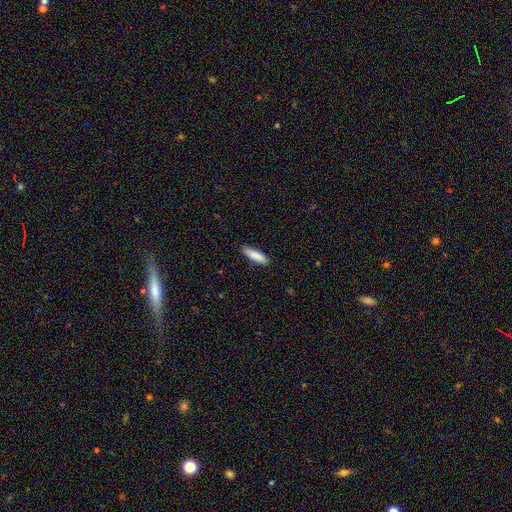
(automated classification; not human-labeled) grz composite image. It shows a smooth galaxy with no disk features (88%) that is cigar-shaped (61%). Merging: none (89%).